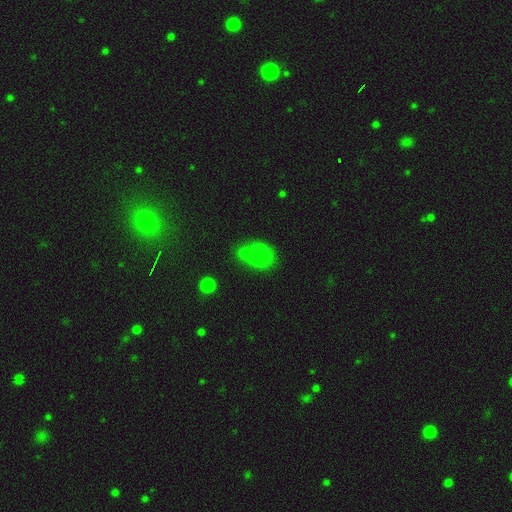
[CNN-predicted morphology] Q: Smooth or featured?
A: smooth (59%); runner-up: featured or disk (22%)
Q: How rounded?
A: in between (82%); runner-up: round (15%)
Q: Merging?
A: none (41%); runner-up: minor disturbance (26%)